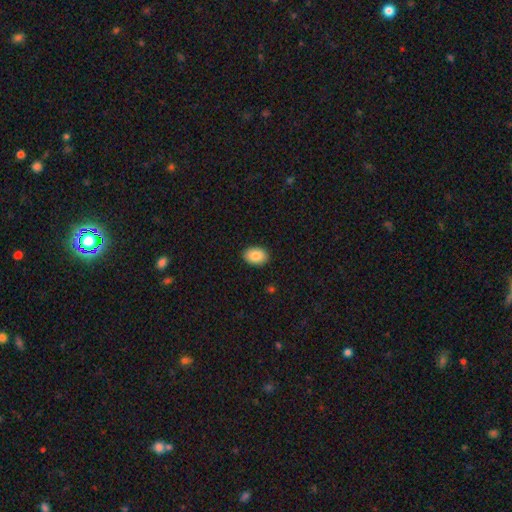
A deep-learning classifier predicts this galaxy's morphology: Smooth or featured?
  - smooth: 89% *
  - star or artifact: 7%
  - featured or disk: 5%
How rounded?
  - in between: 85% *
  - round: 14%
  - cigar-shaped: 1%
Merging?
  - none: 90% *
  - minor disturbance: 7%
  - major disturbance: 2%
  - merger: 1%